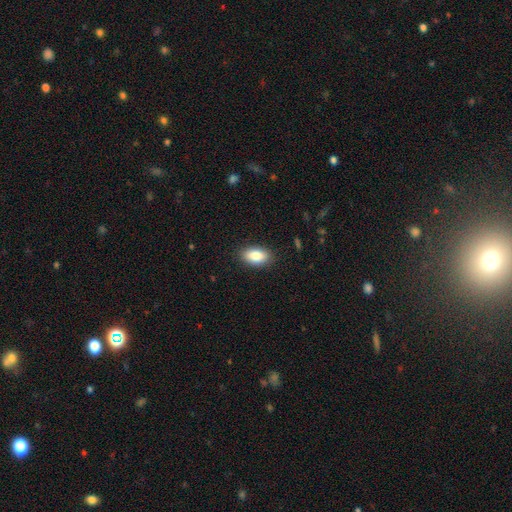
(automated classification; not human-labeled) smooth 86%, featured or disk 7%, star or artifact 7%. Down the decision tree: how rounded — in between (91%); merging — none (87%).